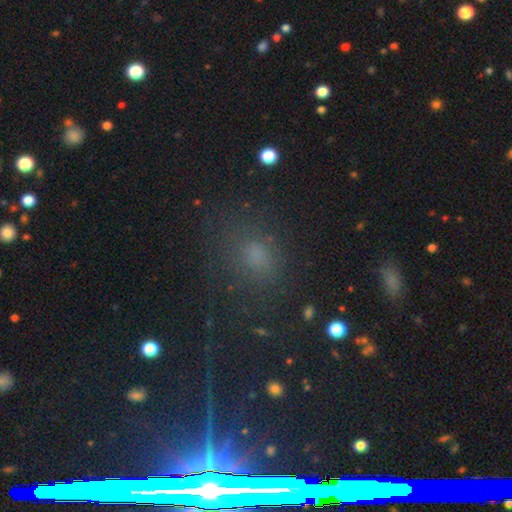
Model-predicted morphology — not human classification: The model was most divided on "how rounded": round: 50%, in between: 47%, cigar-shaped: 3%. More confident: merging — none (75%); smooth or featured — smooth (62%).